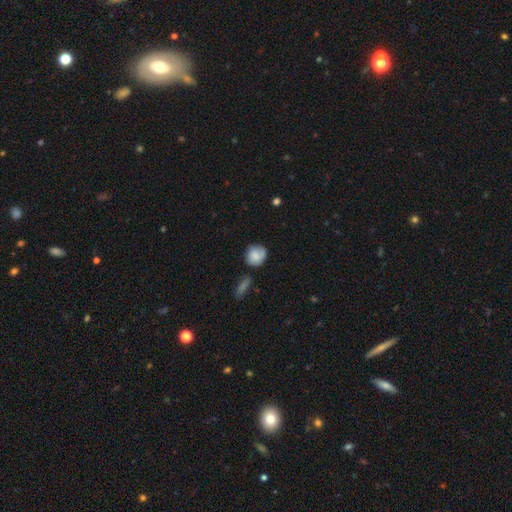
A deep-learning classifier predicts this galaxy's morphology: A smooth galaxy with no disk features (73%) that is round (75%). Merging: none (63%).